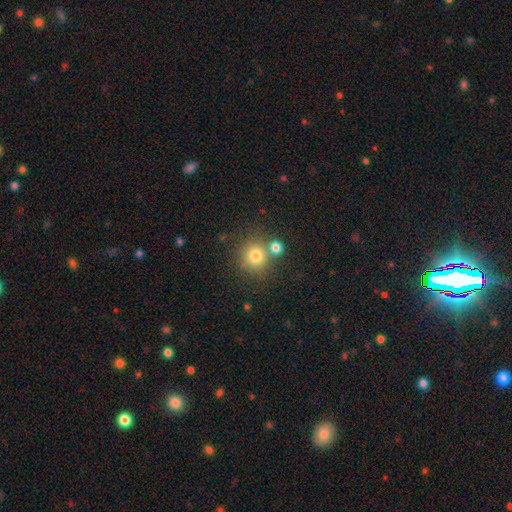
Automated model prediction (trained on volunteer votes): Overall: smooth (77%). How rounded: round (91%). Merging: none (66%).